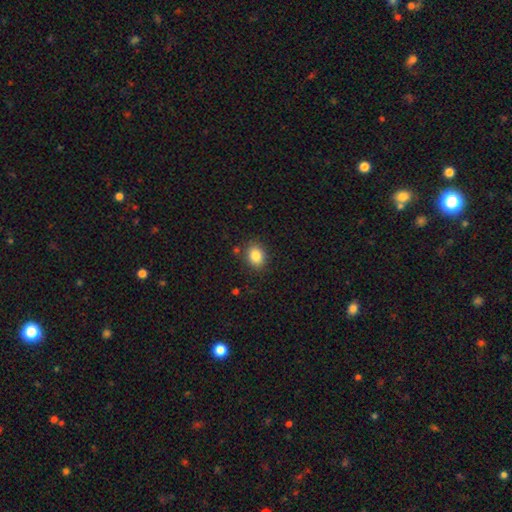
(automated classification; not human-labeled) This is clearly a smooth galaxy (85%). How rounded: possibly in between (53%). Merging: clearly none (85%).